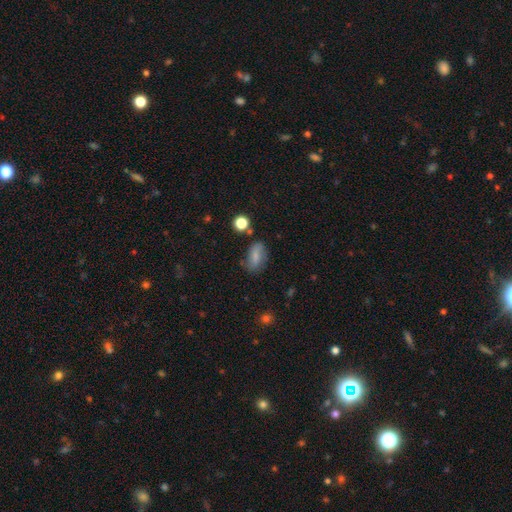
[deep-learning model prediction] Overall: smooth (71%). How rounded: in between (84%). Merging: none (69%).